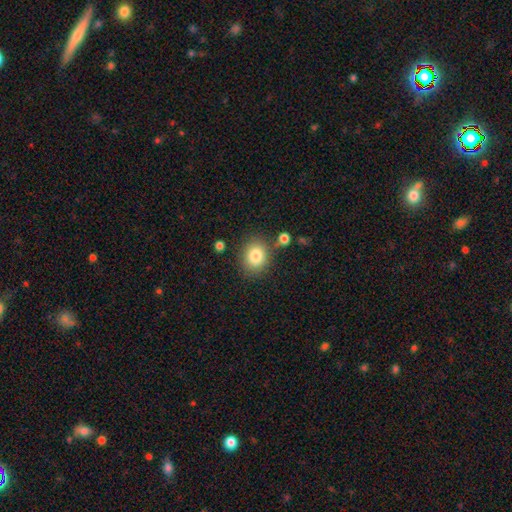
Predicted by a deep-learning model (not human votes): Overall: smooth (83%). How rounded: round (63%; in between 36%). Merging: none (77%).